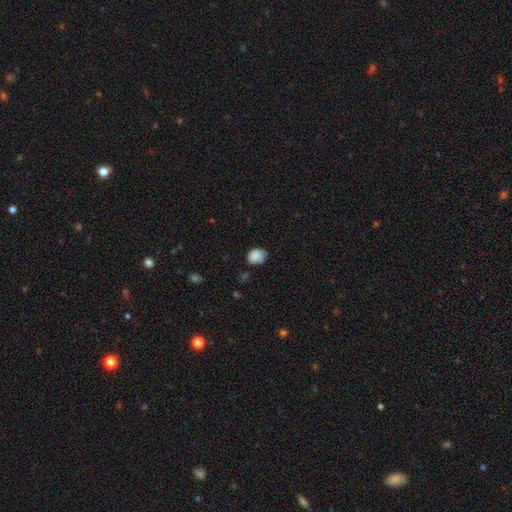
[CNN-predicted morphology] Q: Smooth or featured?
A: smooth (85%); runner-up: star or artifact (9%)
Q: How rounded?
A: in between (50%); runner-up: round (49%)
Q: Merging?
A: none (63%); runner-up: minor disturbance (28%)